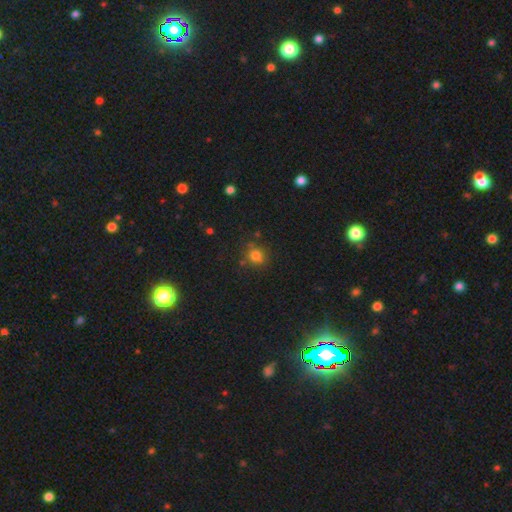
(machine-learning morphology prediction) The model was most divided on "smooth or featured": smooth: 76%, star or artifact: 17%, featured or disk: 7%. More confident: how rounded — round (84%); merging — none (76%).